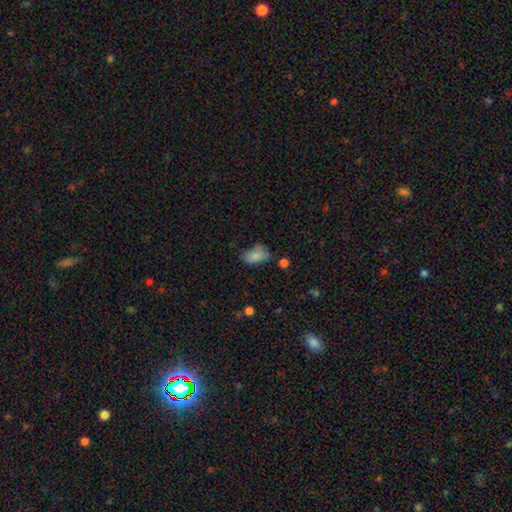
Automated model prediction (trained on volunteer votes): smooth-or-featured: smooth: 82% | featured or disk: 9% | star or artifact: 8%
  how-rounded: in between: 90% | round: 7% | cigar-shaped: 2%
  merging: none: 54% | minor disturbance: 32% | major disturbance: 9% | merger: 5%